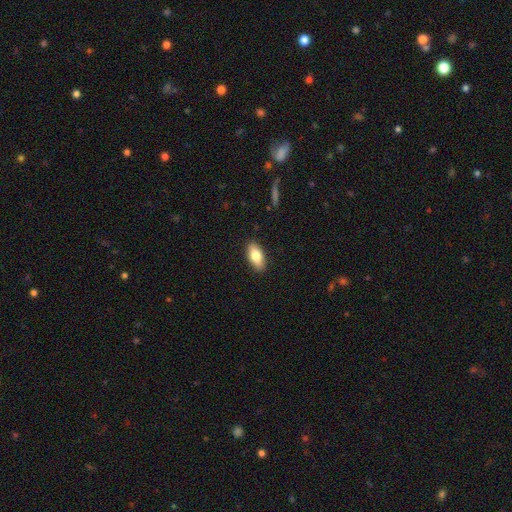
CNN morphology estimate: smooth 79%, featured or disk 14%, star or artifact 6%. Down the decision tree: how rounded — in between (89%); merging — none (89%).